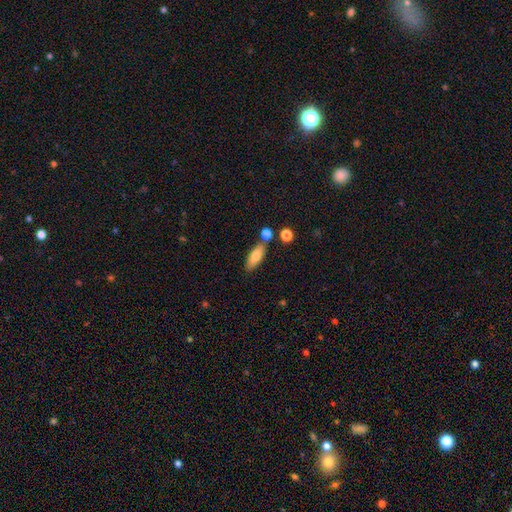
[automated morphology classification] Q: Smooth or featured?
A: smooth (77%); runner-up: featured or disk (15%)
Q: How rounded?
A: in between (65%); runner-up: cigar-shaped (32%)
Q: Merging?
A: none (70%); runner-up: merger (13%)